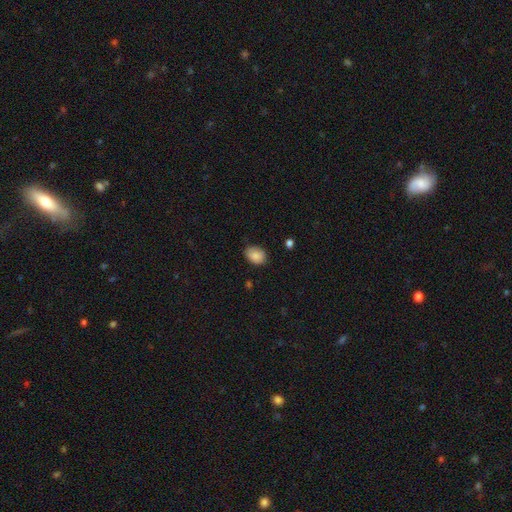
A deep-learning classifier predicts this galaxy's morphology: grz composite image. It shows a smooth galaxy with no disk features (85%) that is in between round and cigar-shaped (69%). Merging: none (77%).